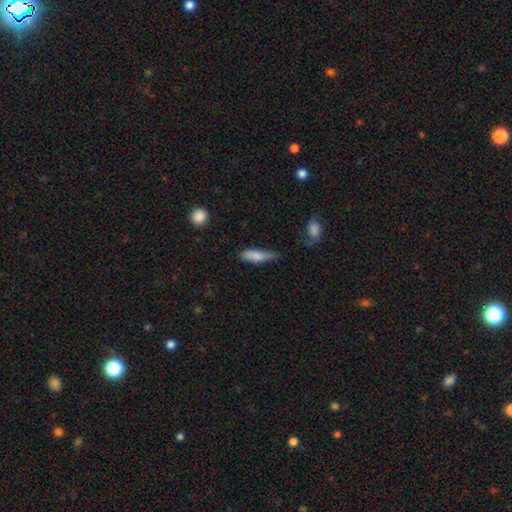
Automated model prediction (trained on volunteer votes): Overall: smooth (78%). How rounded: cigar-shaped (60%; in between 37%). Merging: none (53%; minor disturbance 34%).